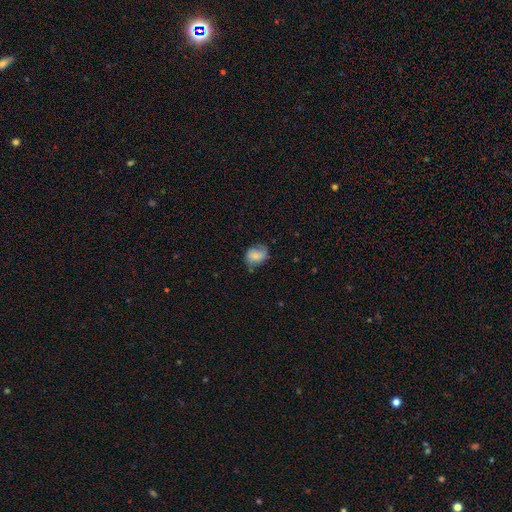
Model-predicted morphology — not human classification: Smooth or featured?
  - smooth: 71% *
  - featured or disk: 21%
  - star or artifact: 8%
How rounded?
  - in between: 58% *
  - round: 41%
  - cigar-shaped: 1%
Merging?
  - none: 63% *
  - minor disturbance: 28%
  - major disturbance: 7%
  - merger: 2%